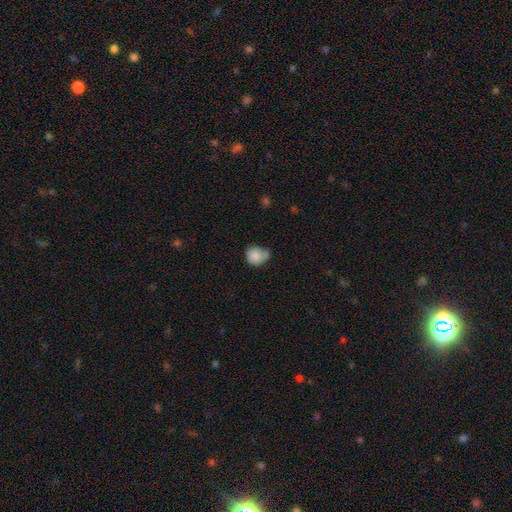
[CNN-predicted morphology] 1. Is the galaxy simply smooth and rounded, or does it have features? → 83% smooth, 8% featured or disk, 8% star or artifact.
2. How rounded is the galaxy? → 79% round, 20% in between, 1% cigar-shaped.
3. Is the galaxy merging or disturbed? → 44% none, 26% minor disturbance, 22% merger, 8% major disturbance.